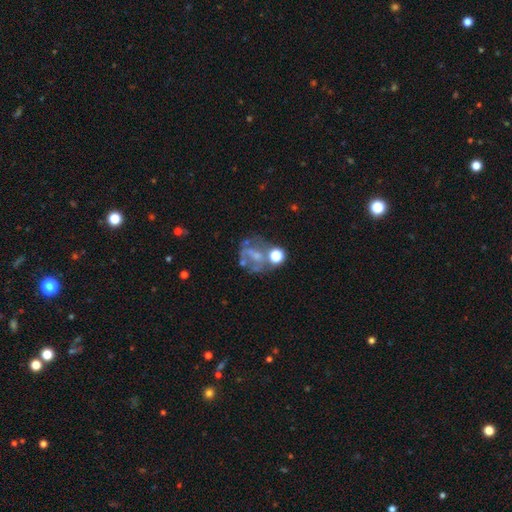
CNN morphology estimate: smooth_or_featured: featured or disk (p=0.49) [alt: smooth p=0.32]
merging: none (p=0.36) [alt: major disturbance p=0.26]